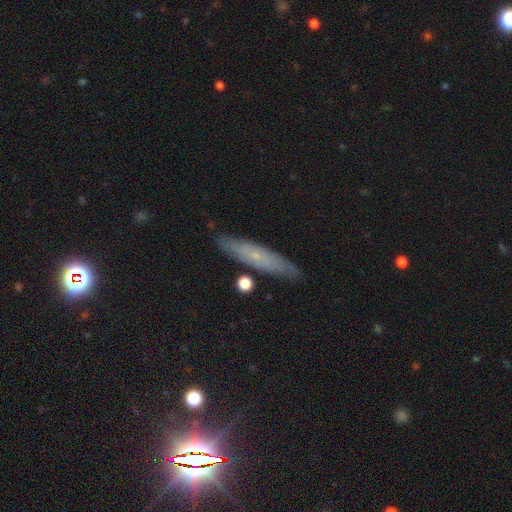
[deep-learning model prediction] smooth_or_featured: featured or disk (p=0.46) [alt: smooth p=0.44]
merging: none (p=0.84) [alt: minor disturbance p=0.12]